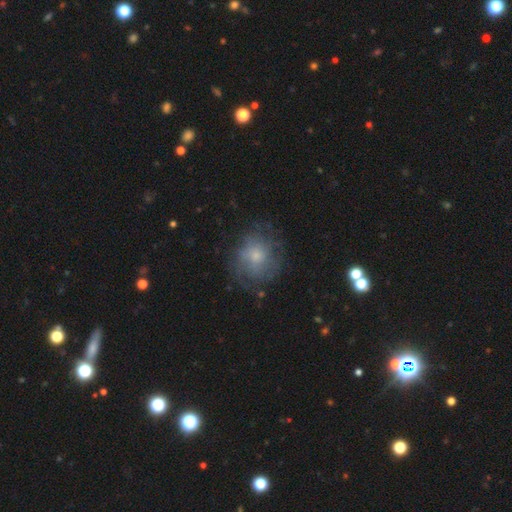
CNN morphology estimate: The model was most divided on "smooth or featured": smooth: 48%, featured or disk: 41%, star or artifact: 10%. More confident: merging — none (65%).